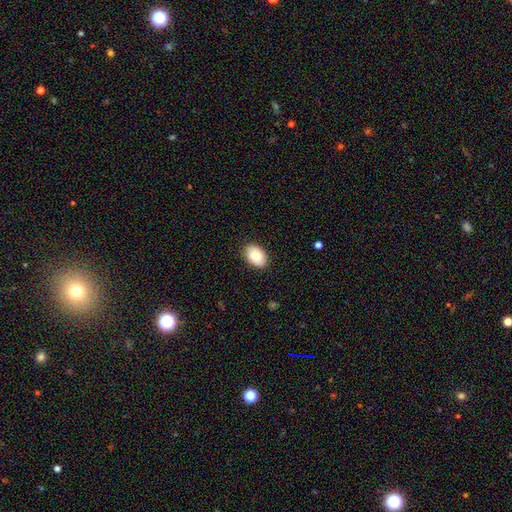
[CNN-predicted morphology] This is clearly a smooth galaxy (85%). How rounded: clearly in between (88%). Merging: clearly none (89%).